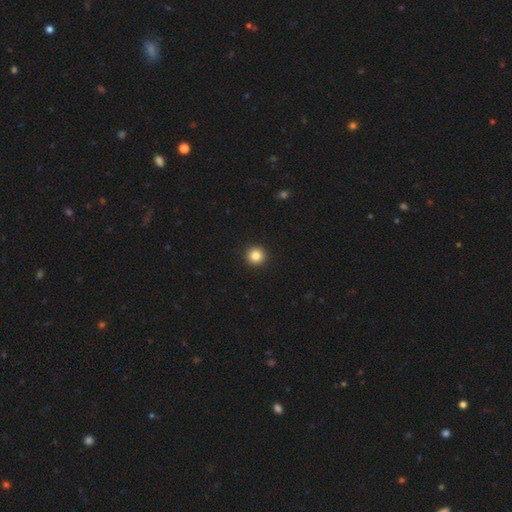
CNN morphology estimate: smooth 85%, star or artifact 11%, featured or disk 5%. Down the decision tree: how rounded — round (96%); merging — none (94%).